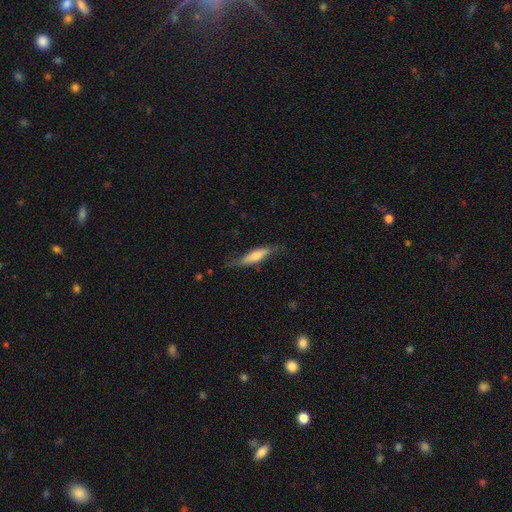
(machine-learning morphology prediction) Smooth or featured?
  - smooth: 54% *
  - featured or disk: 40%
  - star or artifact: 6%
How rounded?
  - cigar-shaped: 77% *
  - in between: 21%
  - round: 2%
Merging?
  - none: 69% *
  - minor disturbance: 23%
  - major disturbance: 7%
  - merger: 2%